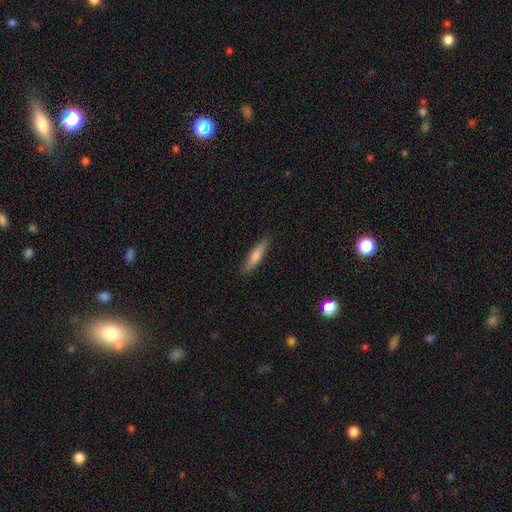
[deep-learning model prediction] smooth 63%, featured or disk 30%, star or artifact 7%. Down the decision tree: how rounded — cigar-shaped (82%); merging — none (89%).